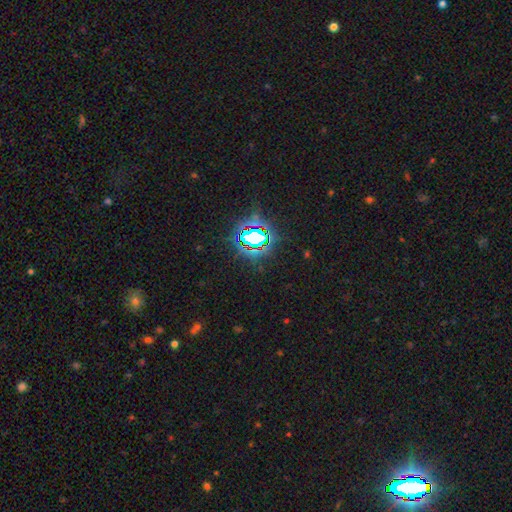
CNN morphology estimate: The model was most divided on "smooth or featured": star or artifact: 82%, smooth: 11%, featured or disk: 7%.